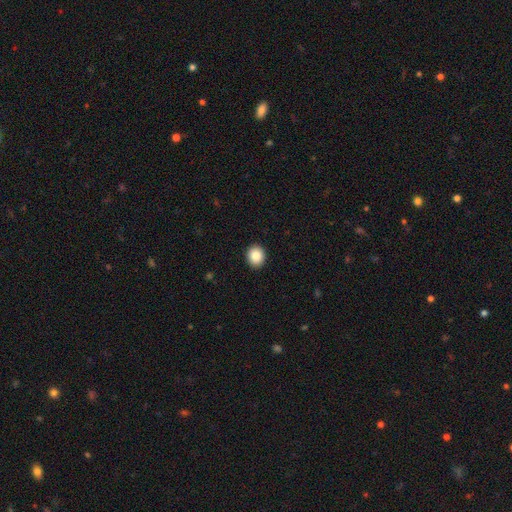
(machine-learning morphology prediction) Smooth or featured: smooth — 86% (star or artifact — 9%)
How rounded: round — 72% (in between — 27%)
Merging: none — 92% (minor disturbance — 5%)